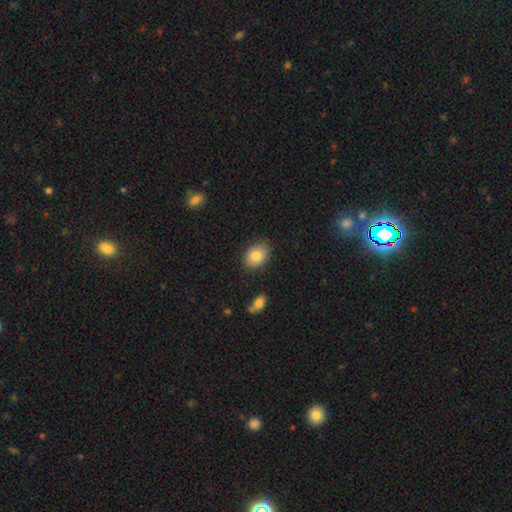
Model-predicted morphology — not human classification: smooth 83%, featured or disk 9%, star or artifact 8%. Down the decision tree: how rounded — in between (76%); merging — none (85%).